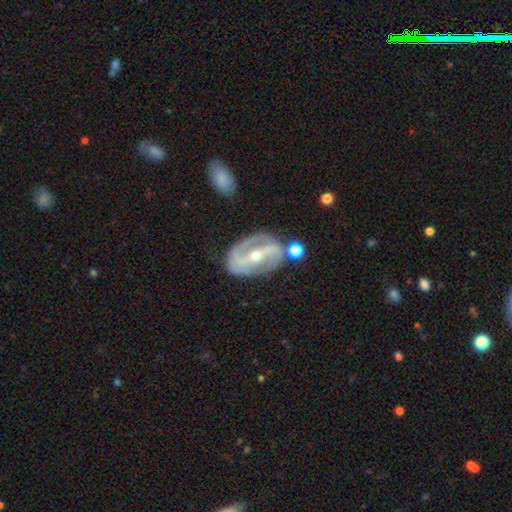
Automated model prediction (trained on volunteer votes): smooth_or_featured: featured or disk (p=0.86) [alt: smooth p=0.09]
disk_edge_on: no (p=0.94) [alt: yes p=0.06]
bar: strong (p=0.67) [alt: weak p=0.20]
has_spiral_arms: yes (p=0.85) [alt: no p=0.15]
spiral_winding: medium (p=0.43) [alt: tight p=0.35]
spiral_arm_count: 2 (p=0.85) [alt: can't tell p=0.07]
bulge_size: small (p=0.51) [alt: moderate p=0.46]
merging: none (p=0.72) [alt: minor disturbance p=0.17]